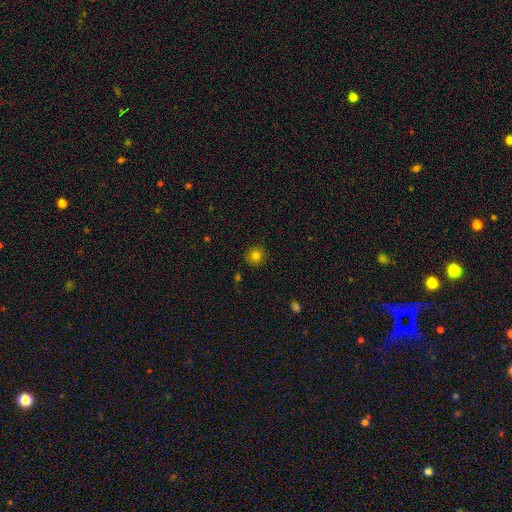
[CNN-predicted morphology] Smooth or featured? Predicted: smooth (p=0.78). How rounded? Predicted: round (p=0.92). Merging? Predicted: none (p=0.90).